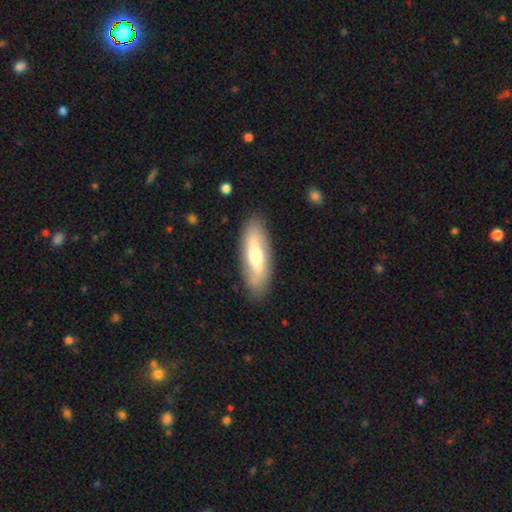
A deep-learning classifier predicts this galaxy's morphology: Smooth or featured? Predicted: smooth (p=0.48). Merging? Predicted: none (p=0.86).